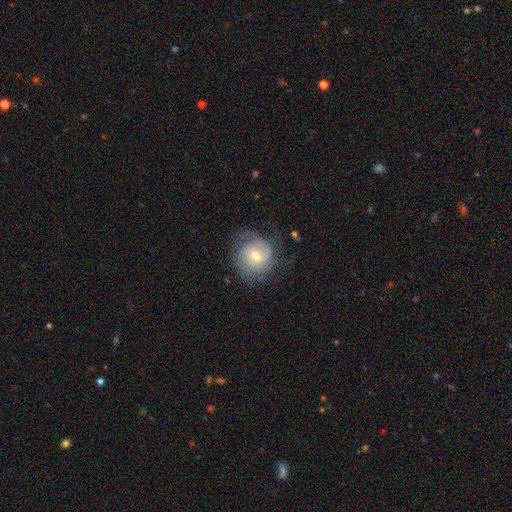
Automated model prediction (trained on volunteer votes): The model was most divided on "spiral winding": tight: 47%, medium: 39%, loose: 14%. Remaining: edge-on disk — no (98%); spiral arms — yes (92%); smooth or featured — featured or disk (73%); merging — none (66%); bar — weak (59%); bulge size — small (52%); spiral arm count — 2 (43%).